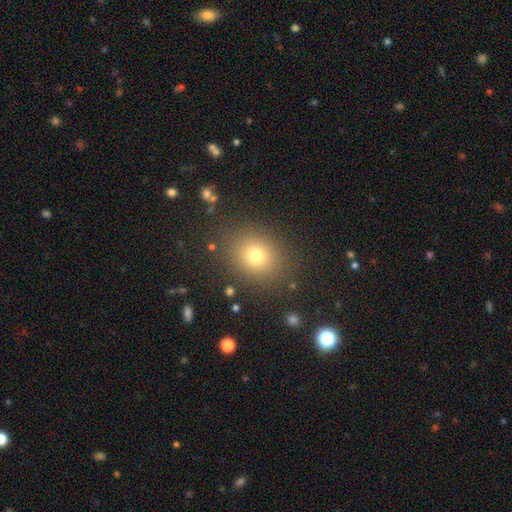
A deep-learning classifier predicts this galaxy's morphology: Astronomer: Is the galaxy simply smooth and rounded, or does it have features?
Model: smooth — 74%.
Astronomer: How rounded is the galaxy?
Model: round — 64%.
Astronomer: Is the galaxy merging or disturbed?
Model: none — 86%.